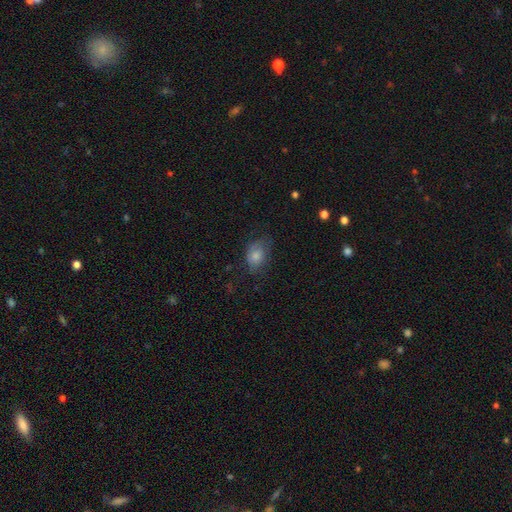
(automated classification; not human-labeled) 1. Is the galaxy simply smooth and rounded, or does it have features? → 76% smooth, 15% featured or disk, 9% star or artifact.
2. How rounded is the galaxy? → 75% in between, 24% round, 1% cigar-shaped.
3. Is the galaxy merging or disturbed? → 53% none, 30% minor disturbance, 16% major disturbance, 1% merger.